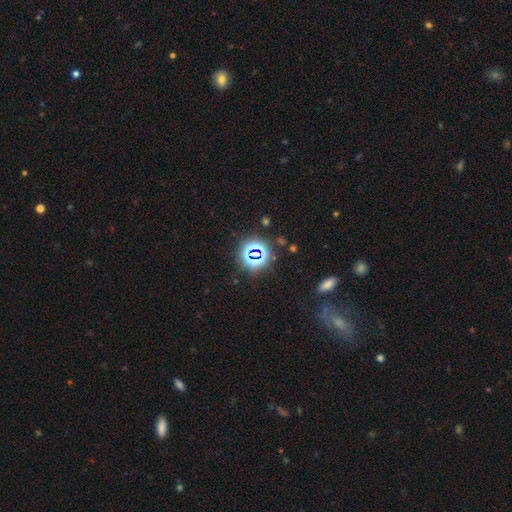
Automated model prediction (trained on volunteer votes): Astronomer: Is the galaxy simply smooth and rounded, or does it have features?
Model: star or artifact — 72%.